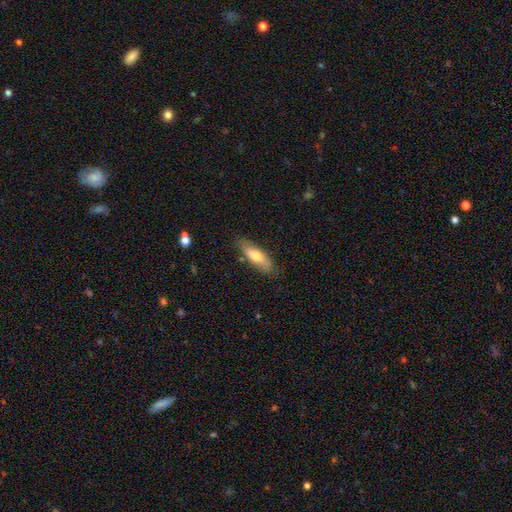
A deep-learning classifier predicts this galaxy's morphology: smooth-or-featured: smooth: 67% | featured or disk: 27% | star or artifact: 6%
  how-rounded: cigar-shaped: 50% | in between: 48% | round: 2%
  merging: none: 79% | minor disturbance: 16% | major disturbance: 3% | merger: 2%